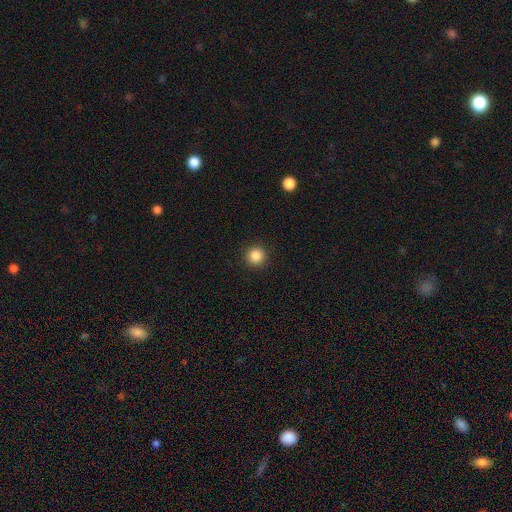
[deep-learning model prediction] Smooth or featured? smooth (86%)
How rounded? round (96%)
Merging? none (93%)